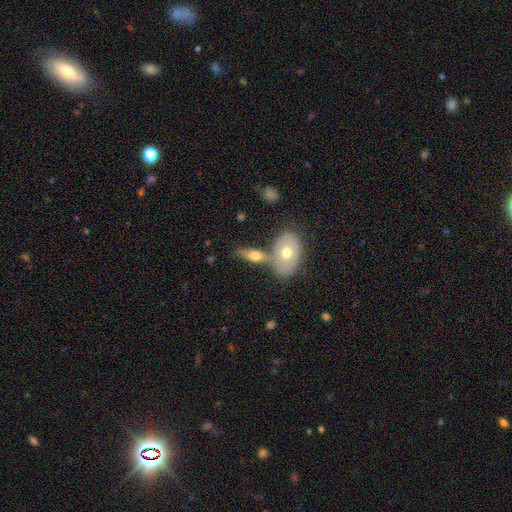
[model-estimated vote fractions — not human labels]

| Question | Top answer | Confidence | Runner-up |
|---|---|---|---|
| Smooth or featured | smooth | 49% | featured or disk (42%) |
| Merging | none | 56% | merger (28%) |